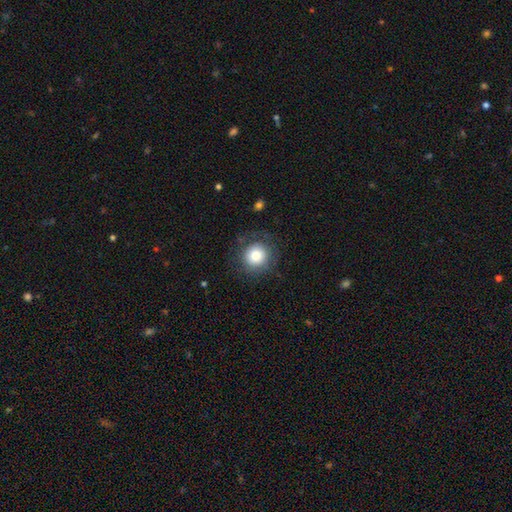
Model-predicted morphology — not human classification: A smooth galaxy with no disk features (78%) that is round (93%). Merging: none (79%).